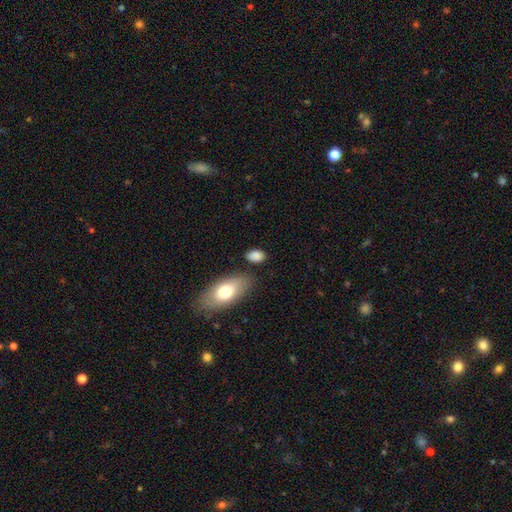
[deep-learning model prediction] Morphology: type=smooth (85%); roundness=in between (86%); merging=none (73%).